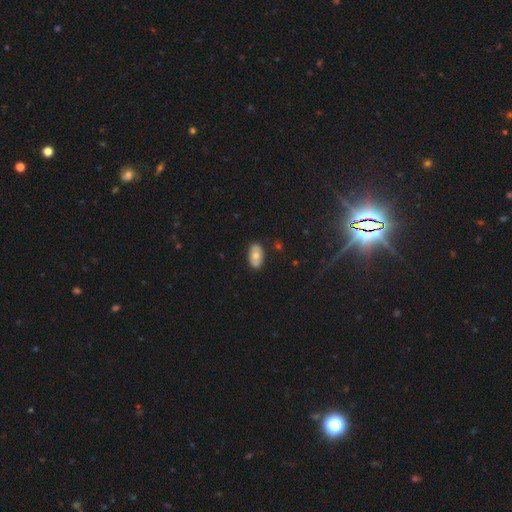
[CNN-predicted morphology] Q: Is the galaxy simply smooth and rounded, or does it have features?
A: smooth — 69%.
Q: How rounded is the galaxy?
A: in between — 93%.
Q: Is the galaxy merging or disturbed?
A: none — 84%.